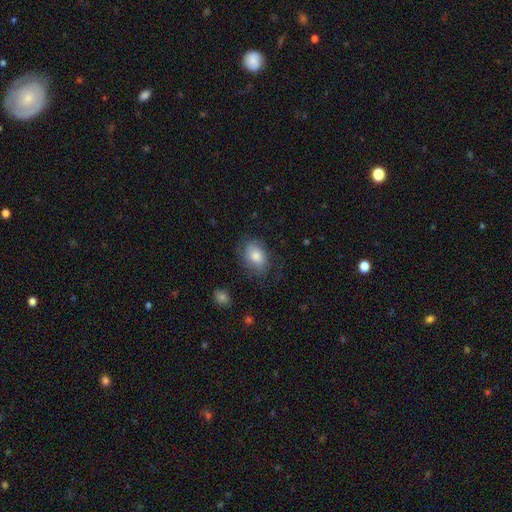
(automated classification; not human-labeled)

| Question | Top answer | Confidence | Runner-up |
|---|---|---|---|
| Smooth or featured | smooth | 67% | featured or disk (24%) |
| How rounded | in between | 77% | round (22%) |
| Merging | none | 65% | minor disturbance (23%) |